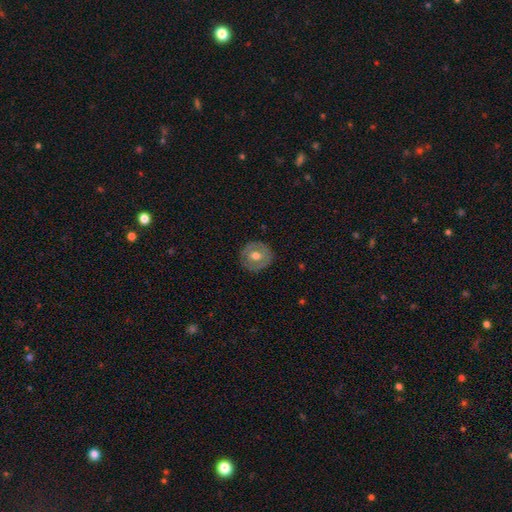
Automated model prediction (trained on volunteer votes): The model was most divided on "smooth or featured": smooth: 54%, featured or disk: 40%, star or artifact: 7%. More confident: how rounded — round (91%); merging — none (86%).